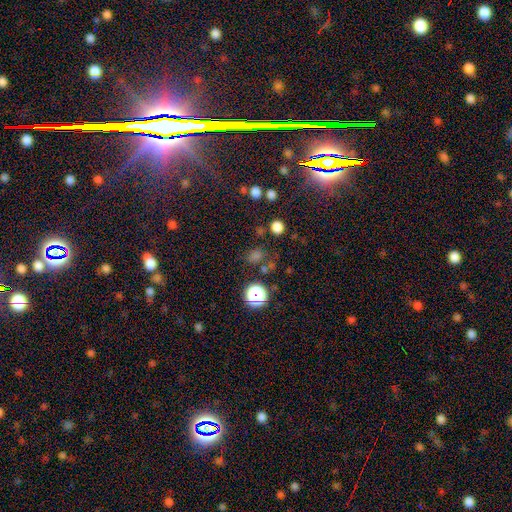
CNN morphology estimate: Q: Smooth or featured?
A: smooth (54%); runner-up: star or artifact (39%)
Q: How rounded?
A: round (67%); runner-up: in between (31%)
Q: Merging?
A: none (73%); runner-up: minor disturbance (14%)